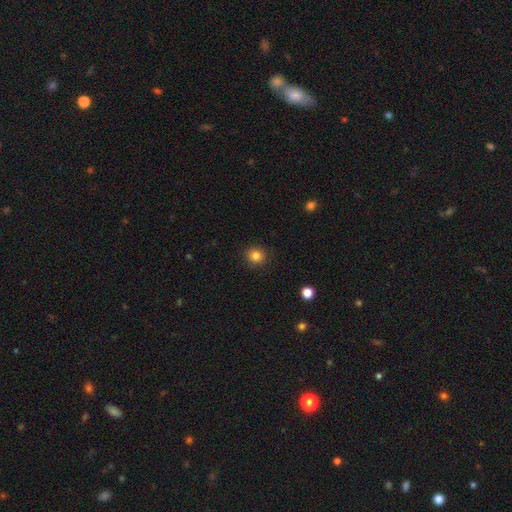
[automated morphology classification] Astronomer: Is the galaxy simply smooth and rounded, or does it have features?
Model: smooth — 84%.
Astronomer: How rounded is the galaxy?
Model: round — 88%.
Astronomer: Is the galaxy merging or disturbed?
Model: none — 90%.